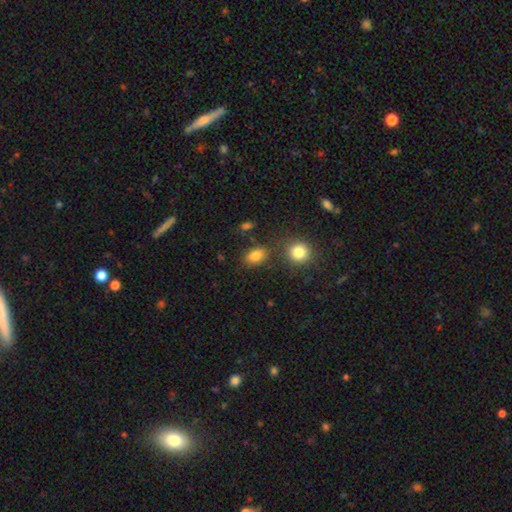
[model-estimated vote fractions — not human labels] This appears to be a smooth galaxy with no disk features (82%) that is in between round and cigar-shaped (81%). Merging: none (75%).